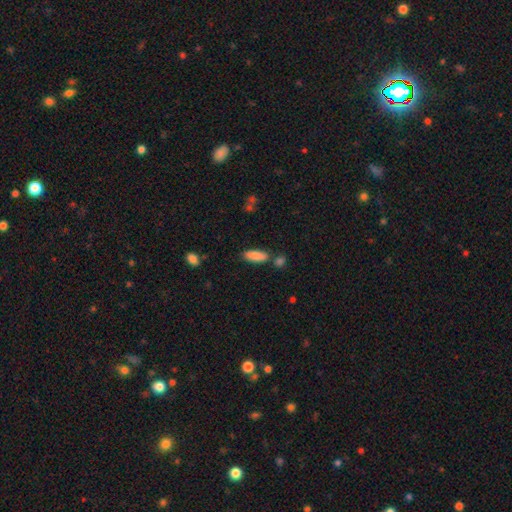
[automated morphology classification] smooth-or-featured: smooth: 87% | star or artifact: 7% | featured or disk: 6%
  how-rounded: in between: 65% | cigar-shaped: 33% | round: 2%
  merging: none: 71% | minor disturbance: 13% | merger: 12% | major disturbance: 3%